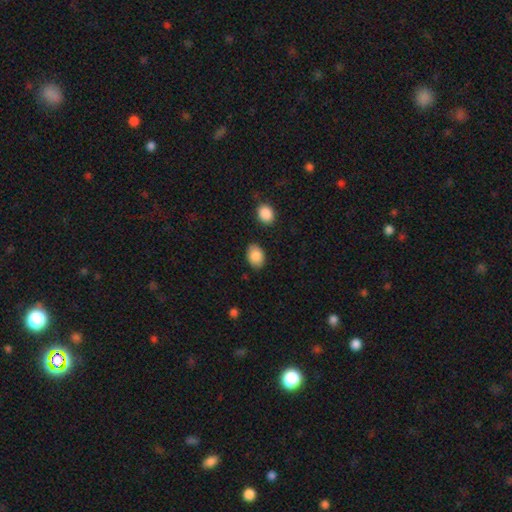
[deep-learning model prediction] Smooth or featured: smooth — 87% (star or artifact — 7%)
How rounded: in between — 78% (round — 21%)
Merging: none — 83% (minor disturbance — 11%)